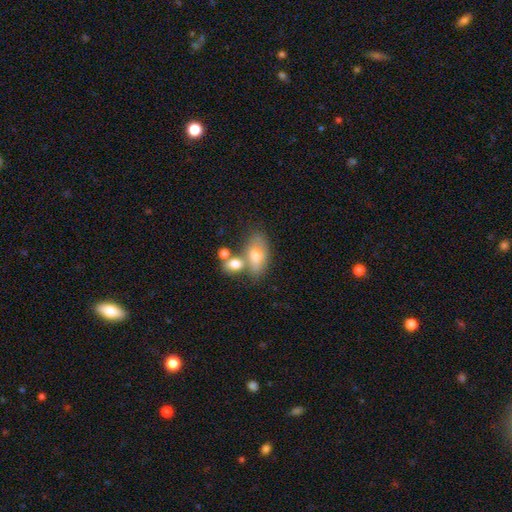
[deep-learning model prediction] smooth_or_featured: smooth (p=0.69) [alt: featured or disk p=0.23]
how_rounded: in between (p=0.87) [alt: round p=0.10]
merging: none (p=0.41) [alt: merger p=0.39]